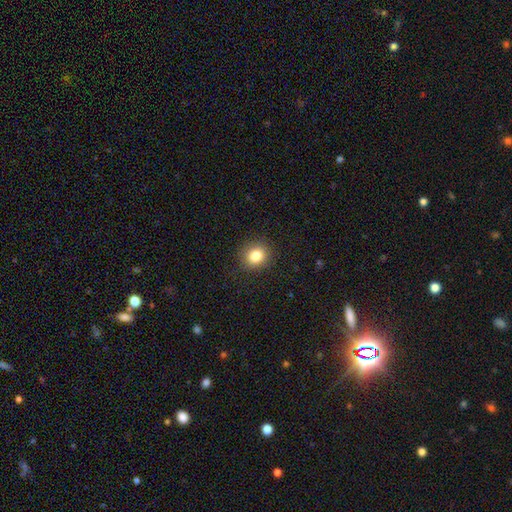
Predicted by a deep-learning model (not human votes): This appears to be a smooth galaxy with no disk features (82%) that is round (79%). Merging: none (89%).